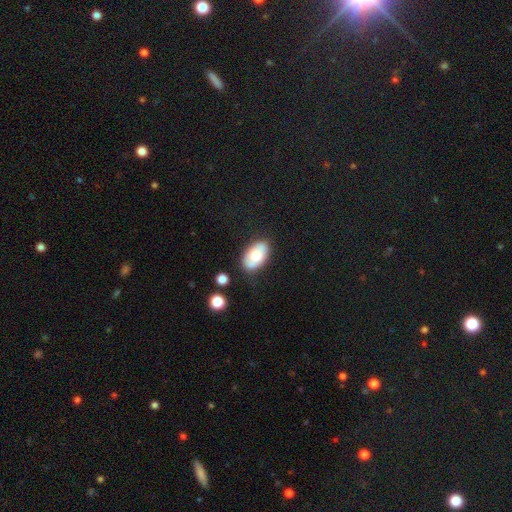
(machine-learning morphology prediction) smooth-or-featured: smooth: 73% | featured or disk: 20% | star or artifact: 7%
  how-rounded: in between: 93% | round: 6% | cigar-shaped: 1%
  merging: none: 79% | minor disturbance: 14% | major disturbance: 3% | merger: 3%